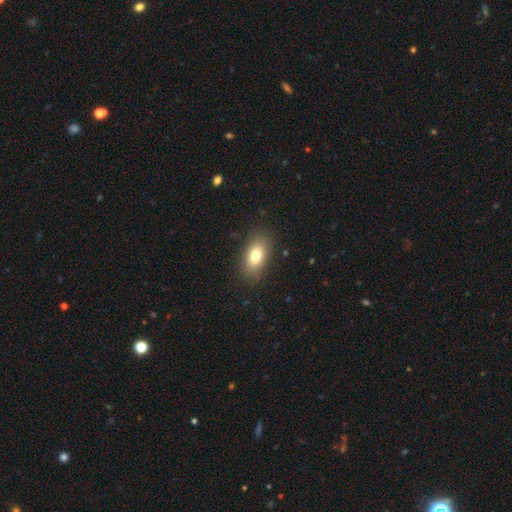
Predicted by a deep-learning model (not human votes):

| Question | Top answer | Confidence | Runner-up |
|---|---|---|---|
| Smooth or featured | smooth | 78% | featured or disk (13%) |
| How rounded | in between | 87% | round (9%) |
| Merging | none | 85% | minor disturbance (10%) |